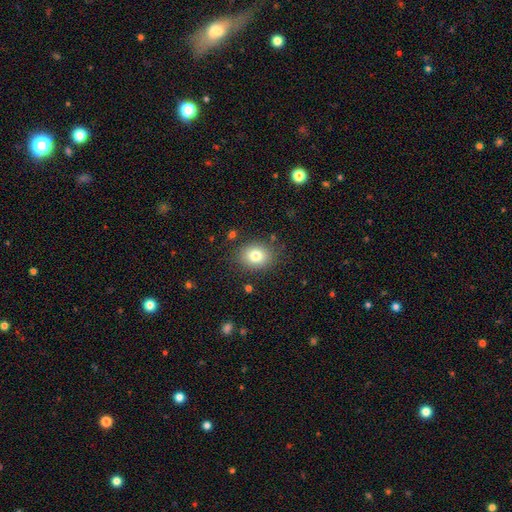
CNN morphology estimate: Smooth or featured? smooth (79%)
How rounded? round (51%)
Merging? none (84%)